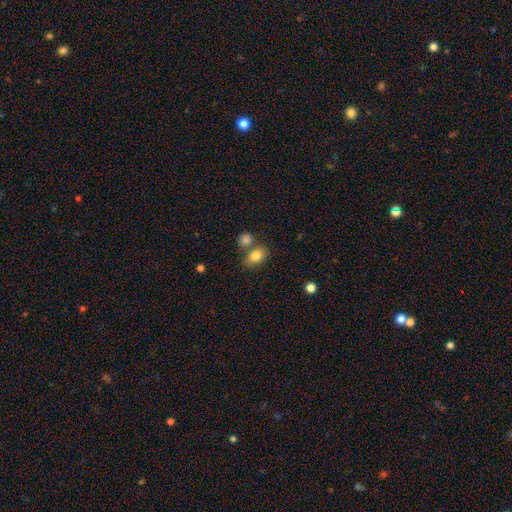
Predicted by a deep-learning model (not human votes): Morphology: type=smooth (82%); roundness=in between (70%); merging=none (60%).